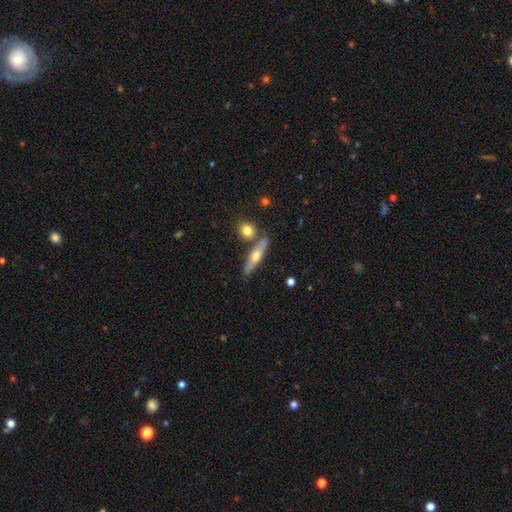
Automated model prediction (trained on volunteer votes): Smooth or featured?
  - featured or disk: 48% *
  - smooth: 46%
  - star or artifact: 6%
Merging?
  - none: 76% *
  - minor disturbance: 11%
  - merger: 10%
  - major disturbance: 3%